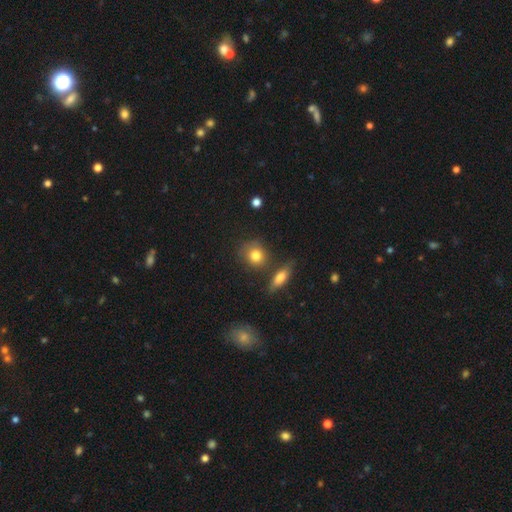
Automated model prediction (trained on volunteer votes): Smooth or featured?
  - smooth: 80% *
  - featured or disk: 10%
  - star or artifact: 10%
How rounded?
  - round: 73% *
  - in between: 25%
  - cigar-shaped: 3%
Merging?
  - none: 69% *
  - minor disturbance: 15%
  - merger: 12%
  - major disturbance: 5%